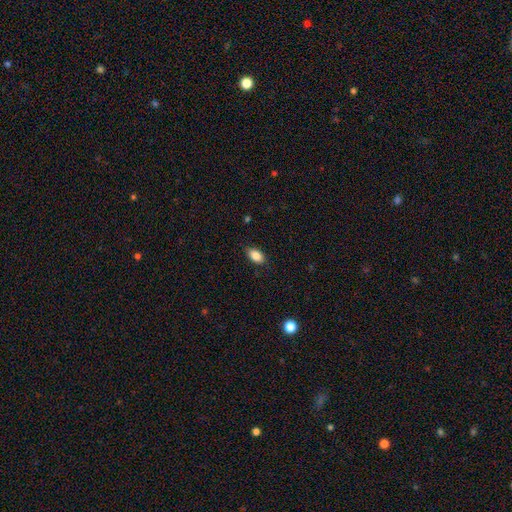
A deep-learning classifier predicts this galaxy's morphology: This appears to be a smooth galaxy with no disk features (87%) that is in between round and cigar-shaped (91%). Merging: none (85%).